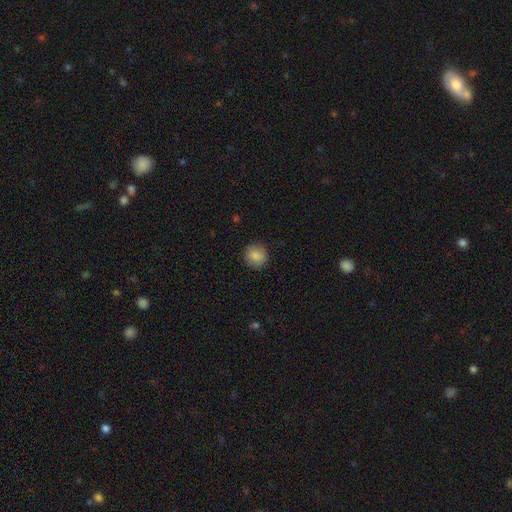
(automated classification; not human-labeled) A smooth galaxy with no disk features (86%) that is round (91%).

Vote fractions:
- Smooth or featured? smooth: 86% / star or artifact: 9% / featured or disk: 5%
- How rounded? round: 91% / in between: 8% / cigar-shaped: 1%
- Merging? none: 89% / minor disturbance: 7% / major disturbance: 2% / merger: 1%